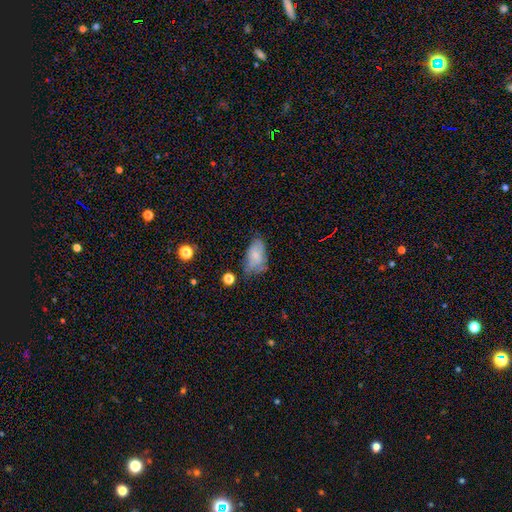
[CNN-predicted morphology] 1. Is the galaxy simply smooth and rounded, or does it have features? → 67% smooth, 23% featured or disk, 9% star or artifact.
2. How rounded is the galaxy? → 92% in between, 5% round, 3% cigar-shaped.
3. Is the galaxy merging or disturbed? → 48% none, 34% minor disturbance, 13% major disturbance, 5% merger.